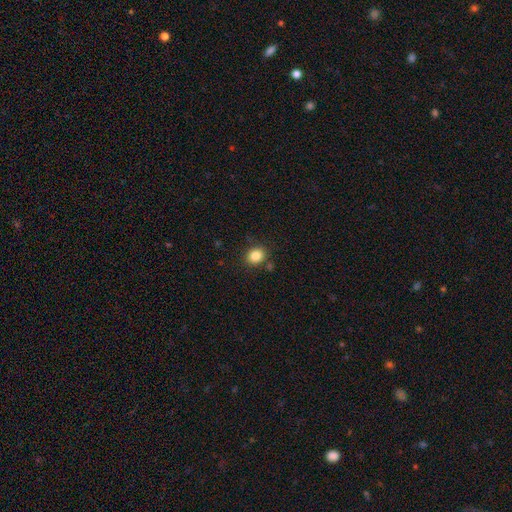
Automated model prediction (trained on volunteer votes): The model was most divided on "how rounded": round: 66%, in between: 33%, cigar-shaped: 1%. More confident: smooth or featured — smooth (85%); merging — none (84%).